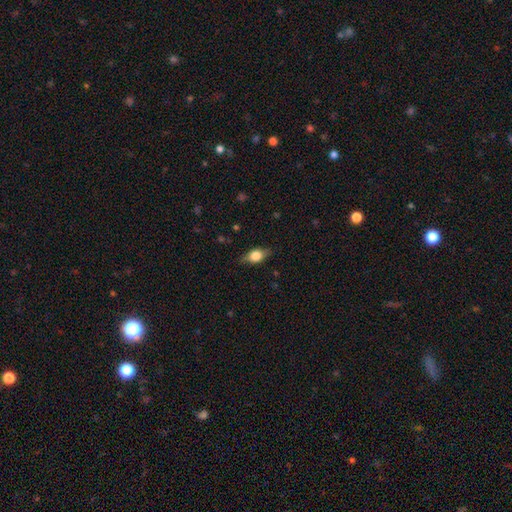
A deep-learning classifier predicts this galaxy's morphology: type=smooth (63%); roundness=in between (76%); merging=none (80%).